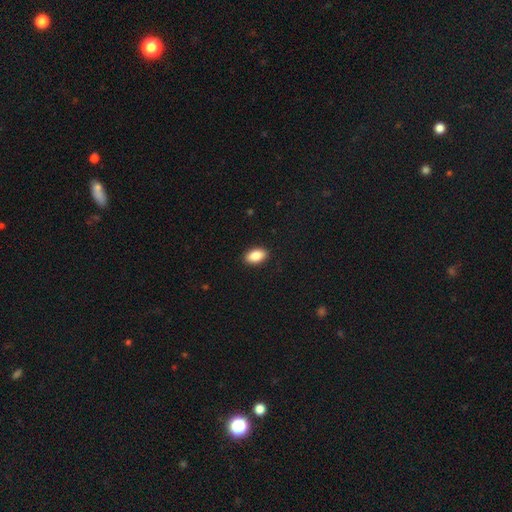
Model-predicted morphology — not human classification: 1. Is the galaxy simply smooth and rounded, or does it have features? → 86% smooth, 7% star or artifact, 6% featured or disk.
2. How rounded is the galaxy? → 92% in between, 6% round, 2% cigar-shaped.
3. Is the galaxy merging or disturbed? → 90% none, 7% minor disturbance, 2% major disturbance, 1% merger.